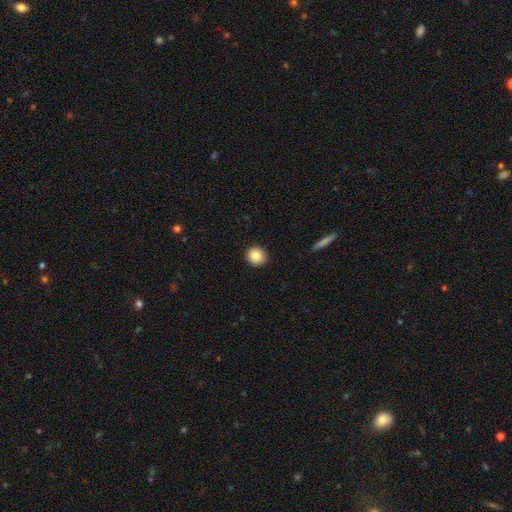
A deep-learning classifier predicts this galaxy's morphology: smooth-or-featured: smooth: 87% | star or artifact: 8% | featured or disk: 5%
  how-rounded: round: 89% | in between: 10% | cigar-shaped: 1%
  merging: none: 92% | minor disturbance: 6% | major disturbance: 2% | merger: 1%